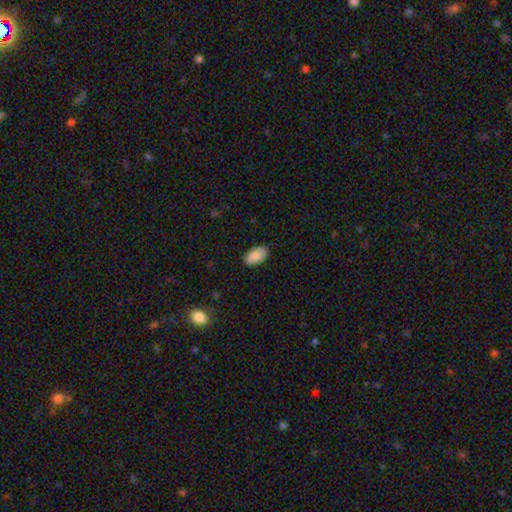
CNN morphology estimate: Smooth or featured?
  - smooth: 89% *
  - star or artifact: 6%
  - featured or disk: 5%
How rounded?
  - in between: 95% *
  - round: 3%
  - cigar-shaped: 2%
Merging?
  - none: 89% *
  - minor disturbance: 8%
  - major disturbance: 2%
  - merger: 1%